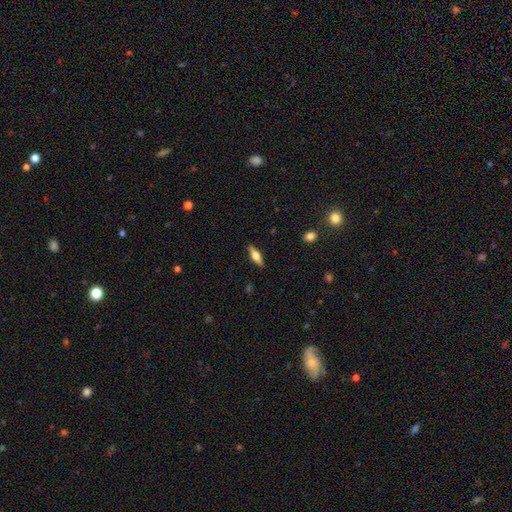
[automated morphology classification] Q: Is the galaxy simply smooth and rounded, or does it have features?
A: smooth — 50%.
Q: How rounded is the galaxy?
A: cigar-shaped — 52%.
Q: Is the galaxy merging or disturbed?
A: none — 89%.